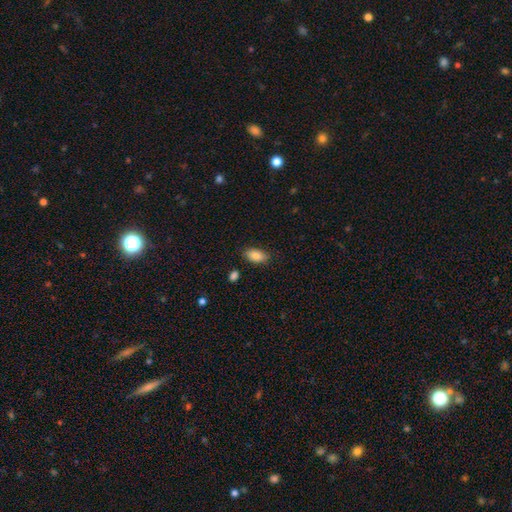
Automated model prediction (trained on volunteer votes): Smooth or featured? smooth (87%)
How rounded? in between (92%)
Merging? none (84%)